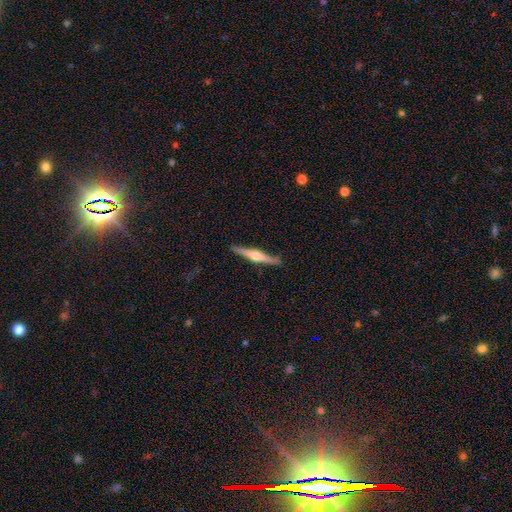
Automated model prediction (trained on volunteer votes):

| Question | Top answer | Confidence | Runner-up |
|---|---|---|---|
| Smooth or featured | featured or disk | 69% | smooth (26%) |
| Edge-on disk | yes | 98% | no (2%) |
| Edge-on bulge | rounded | 87% | boxy (8%) |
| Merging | none | 89% | minor disturbance (8%) |